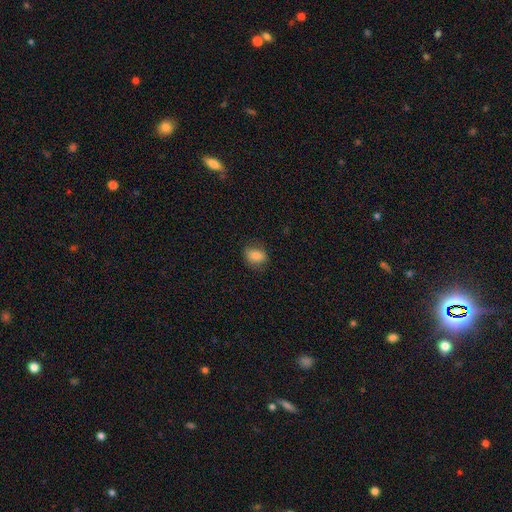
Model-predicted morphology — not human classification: smooth_or_featured: smooth (p=0.82) [alt: star or artifact p=0.09]
how_rounded: in between (p=0.63) [alt: round p=0.35]
merging: none (p=0.79) [alt: minor disturbance p=0.16]